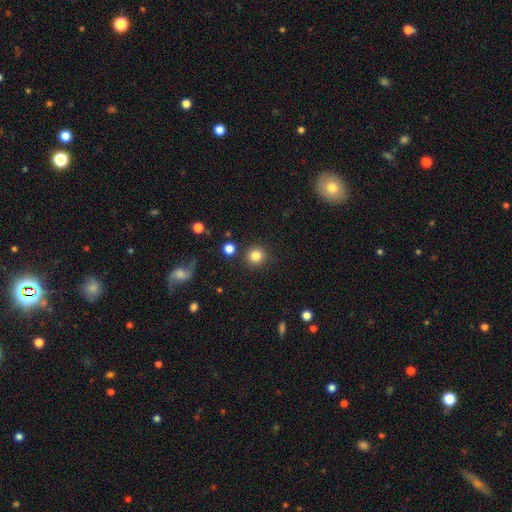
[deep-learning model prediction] Smooth or featured?
  - smooth: 83% *
  - star or artifact: 11%
  - featured or disk: 5%
How rounded?
  - round: 93% *
  - in between: 6%
  - cigar-shaped: 1%
Merging?
  - none: 88% *
  - minor disturbance: 6%
  - merger: 3%
  - major disturbance: 2%